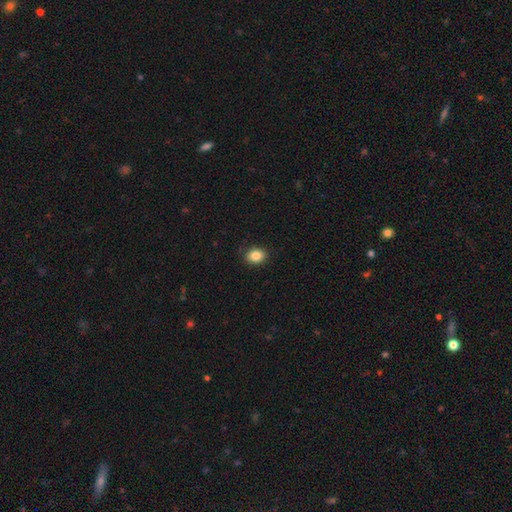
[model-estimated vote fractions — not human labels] A smooth galaxy with no disk features (86%) that is in between round and cigar-shaped (58%). Merging: none (88%).